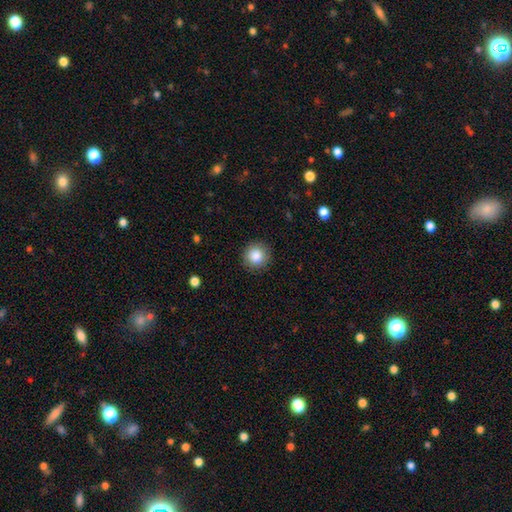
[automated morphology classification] A smooth galaxy with no disk features (86%) that is round (95%).

Vote fractions:
- Smooth or featured? smooth: 86% / star or artifact: 9% / featured or disk: 5%
- How rounded? round: 95% / in between: 4% / cigar-shaped: 1%
- Merging? none: 91% / minor disturbance: 6% / major disturbance: 2% / merger: 1%